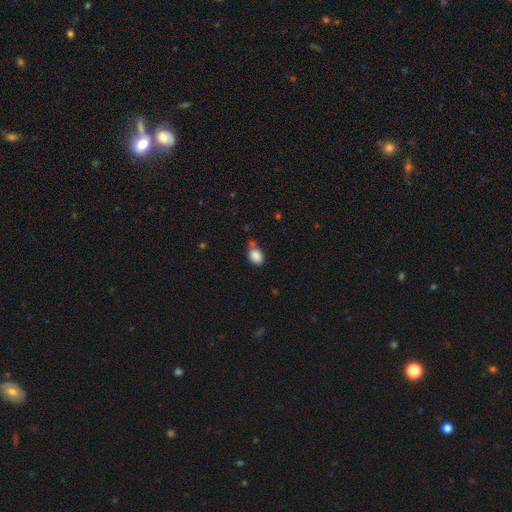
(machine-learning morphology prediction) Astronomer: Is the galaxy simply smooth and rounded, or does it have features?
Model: smooth — 87%.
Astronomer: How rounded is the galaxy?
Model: in between — 70%.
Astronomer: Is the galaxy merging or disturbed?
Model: none — 61%.